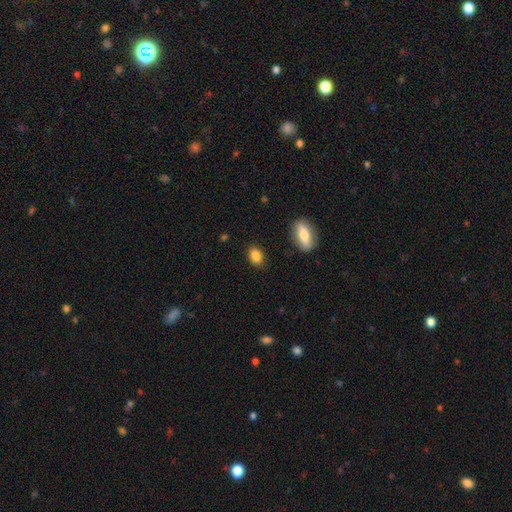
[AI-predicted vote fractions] Morphology: type=smooth (86%); roundness=in between (78%); merging=none (86%).